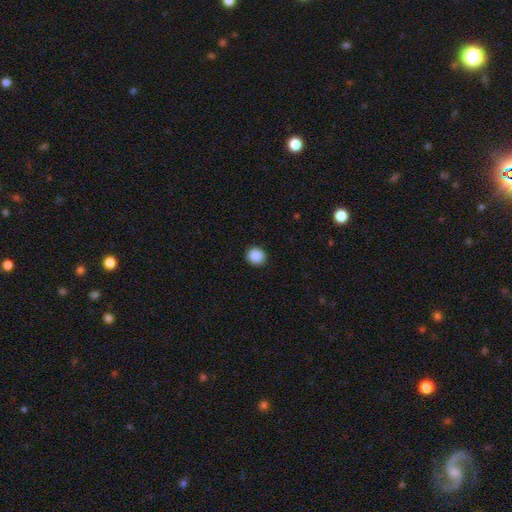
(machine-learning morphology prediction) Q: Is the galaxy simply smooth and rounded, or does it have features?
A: smooth — 89%.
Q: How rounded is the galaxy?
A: round — 86%.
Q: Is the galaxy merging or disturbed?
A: none — 91%.